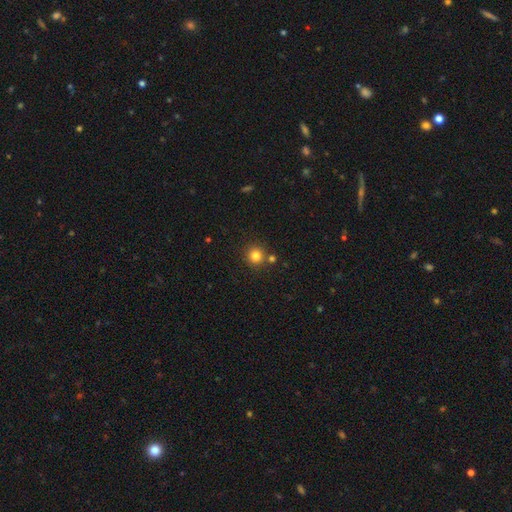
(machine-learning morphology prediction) This appears to be a smooth galaxy with no disk features (82%) that is round (93%). Merging: none (78%).